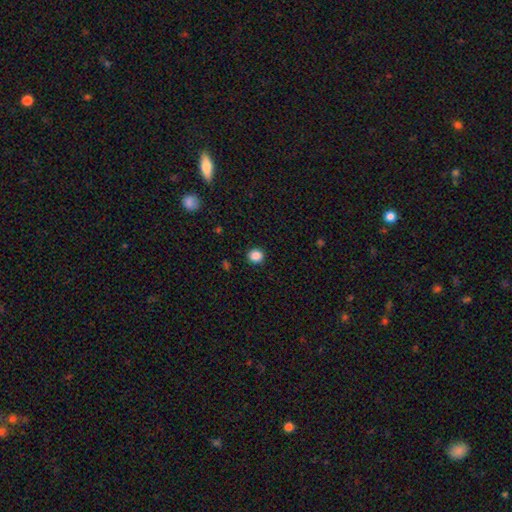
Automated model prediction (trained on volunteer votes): smooth 86%, star or artifact 10%, featured or disk 3%. Down the decision tree: how rounded — round (91%); merging — none (92%).